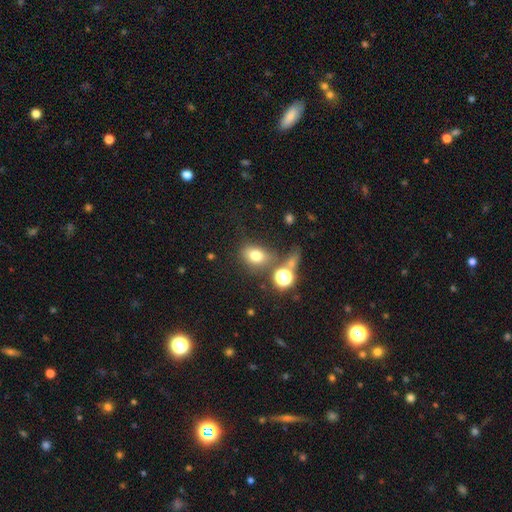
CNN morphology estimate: The model was most divided on "how rounded": in between: 59%, round: 39%, cigar-shaped: 2%. More confident: smooth or featured — smooth (72%); merging — none (64%).